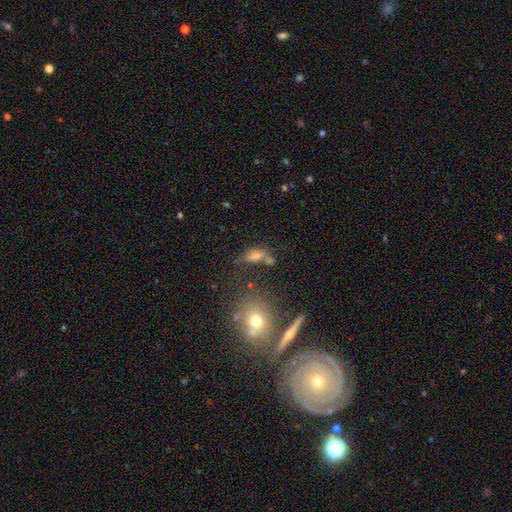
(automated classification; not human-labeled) A smooth galaxy with no disk features (58%) that is in between round and cigar-shaped (64%). Merging: none (55%).